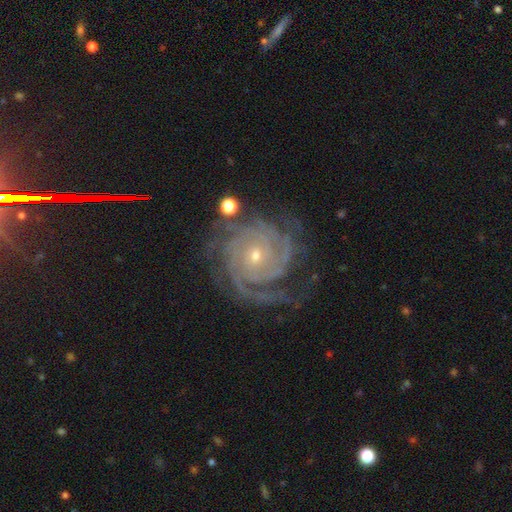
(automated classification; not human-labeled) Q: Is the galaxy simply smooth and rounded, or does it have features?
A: featured or disk — 91%.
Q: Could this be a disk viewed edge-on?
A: no — 98%.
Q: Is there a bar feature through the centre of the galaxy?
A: no — 73%.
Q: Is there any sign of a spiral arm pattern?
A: yes — 98%.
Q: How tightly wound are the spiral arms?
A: tight — 78%.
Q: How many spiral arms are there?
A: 3 — 28%.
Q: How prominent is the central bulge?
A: small — 71%.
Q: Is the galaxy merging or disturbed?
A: none — 70%.